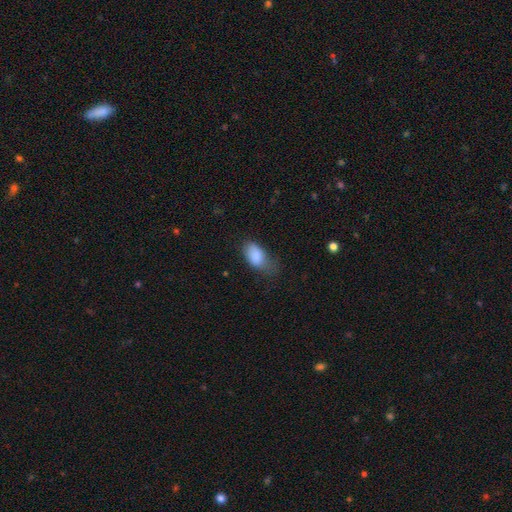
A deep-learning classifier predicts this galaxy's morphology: The model was most divided on "merging" (2-way tie): none: 39%, minor disturbance: 39%, major disturbance: 20%, merger: 2%. More confident: how rounded — in between (92%); smooth or featured — smooth (85%).